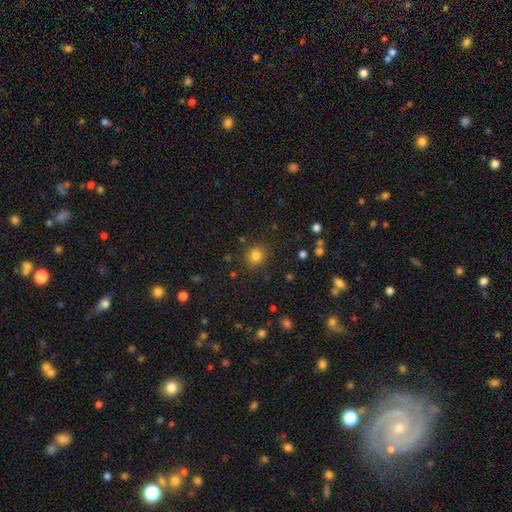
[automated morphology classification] Q: Smooth or featured?
A: smooth (82%); runner-up: star or artifact (13%)
Q: How rounded?
A: round (79%); runner-up: in between (20%)
Q: Merging?
A: none (85%); runner-up: minor disturbance (9%)